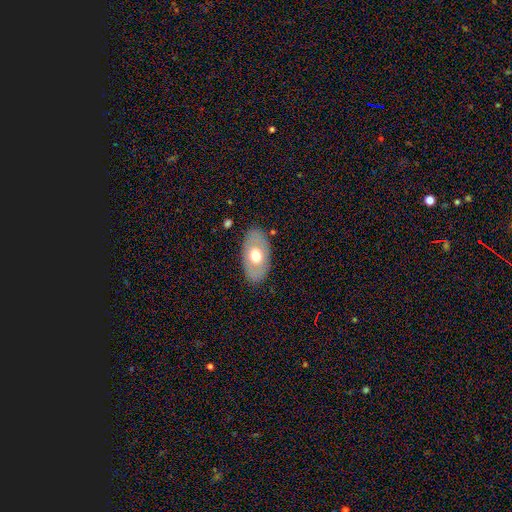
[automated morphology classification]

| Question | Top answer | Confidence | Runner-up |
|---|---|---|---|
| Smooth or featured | smooth | 54% | featured or disk (40%) |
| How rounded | in between | 92% | round (7%) |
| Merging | none | 84% | minor disturbance (11%) |